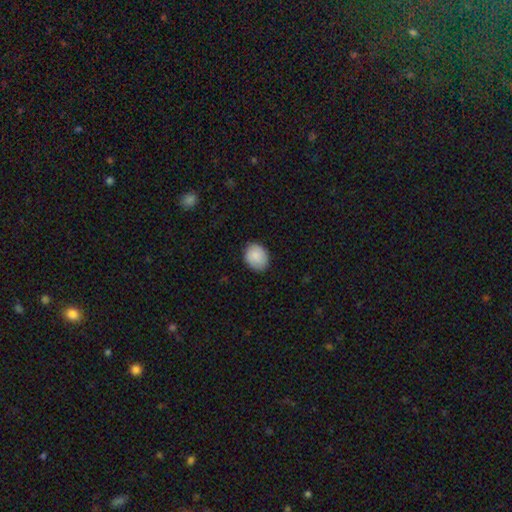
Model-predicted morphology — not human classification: type=smooth (87%); roundness=round (57%); merging=none (82%).